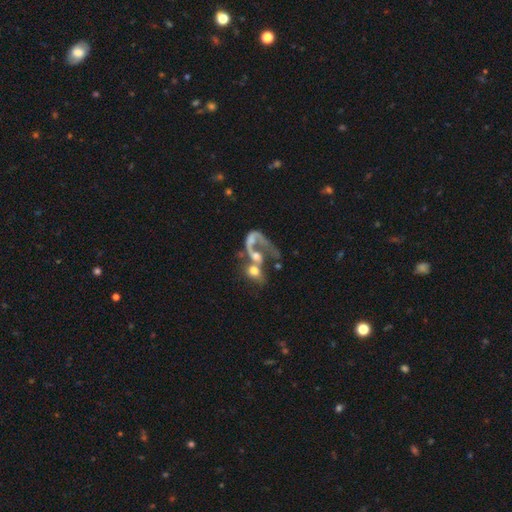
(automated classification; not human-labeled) Overall: featured or disk (58%; smooth 32%). Edge-on disk: no (96%). Bar: no (76%). Spiral arms: yes (52%; no 48%). Bulge size: moderate (40%; none 20%). Merging: merger (65%).